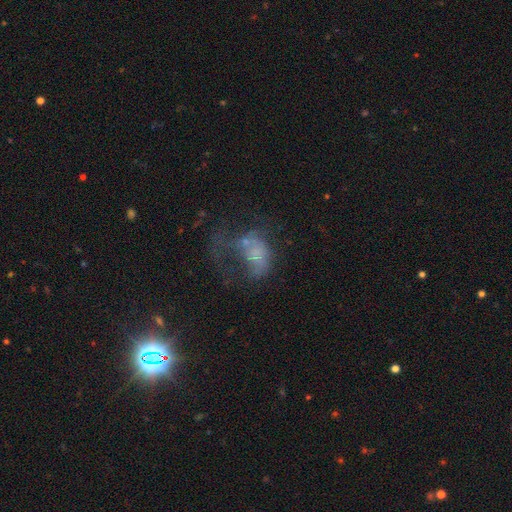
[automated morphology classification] A featured or disk galaxy (43%). Merging: major disturbance (52%).